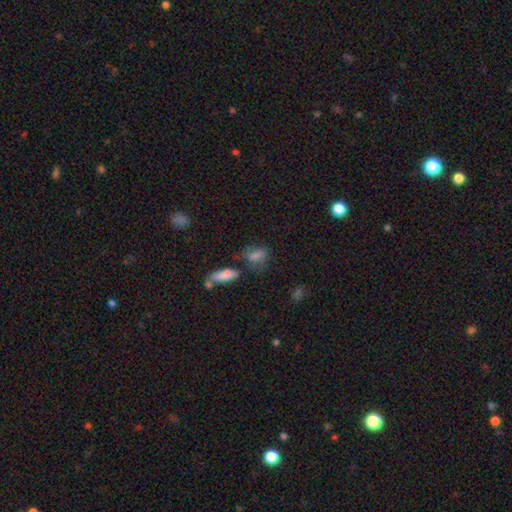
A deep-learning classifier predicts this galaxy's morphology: Smooth or featured?
  - smooth: 67% *
  - featured or disk: 17%
  - star or artifact: 15%
How rounded?
  - in between: 72% *
  - round: 19%
  - cigar-shaped: 9%
Merging?
  - none: 51% *
  - minor disturbance: 22%
  - merger: 16%
  - major disturbance: 11%